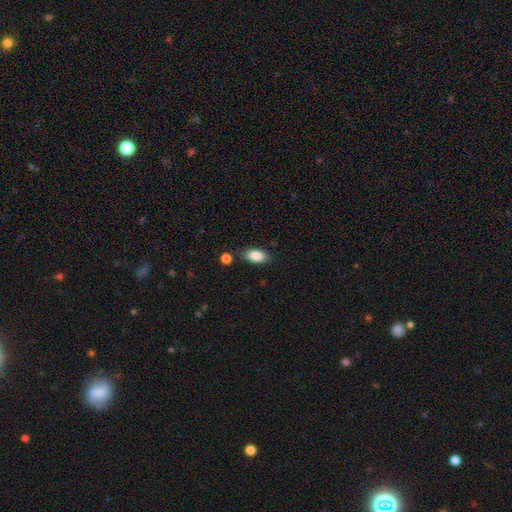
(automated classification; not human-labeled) A smooth galaxy with no disk features (87%) that is in between round and cigar-shaped (90%). Merging: none (80%).